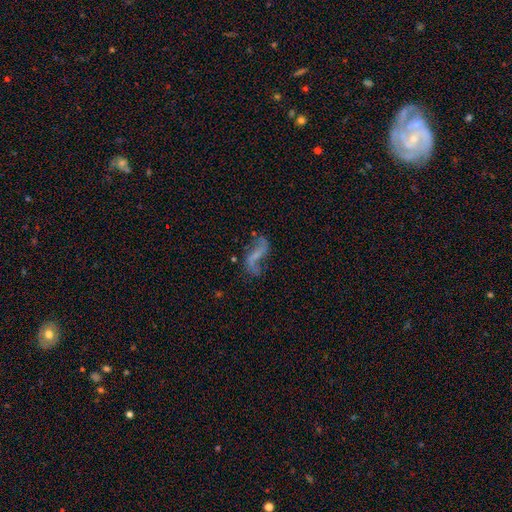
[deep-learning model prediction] Q: Smooth or featured?
A: featured or disk (77%); runner-up: smooth (13%)
Q: Edge-on disk?
A: no (95%); runner-up: yes (5%)
Q: Bar?
A: weak (38%); runner-up: no (32%)
Q: Spiral arms?
A: yes (87%); runner-up: no (13%)
Q: Spiral winding?
A: loose (88%); runner-up: medium (9%)
Q: Spiral arm count?
A: 2 (89%); runner-up: 1 (6%)
Q: Bulge size?
A: none (54%); runner-up: small (34%)
Q: Merging?
A: none (61%); runner-up: minor disturbance (18%)